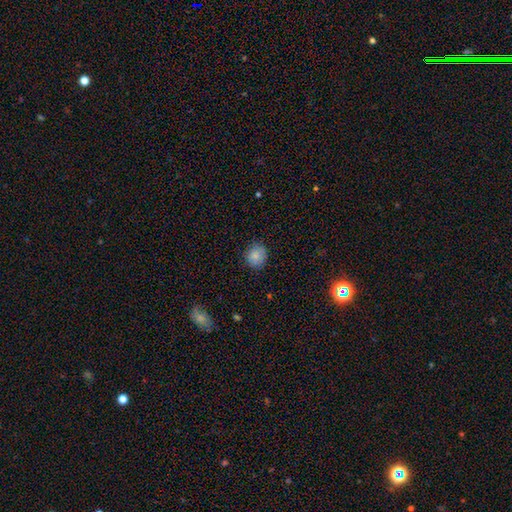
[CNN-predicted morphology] Overall: smooth (84%). How rounded: round (76%). Merging: none (82%).